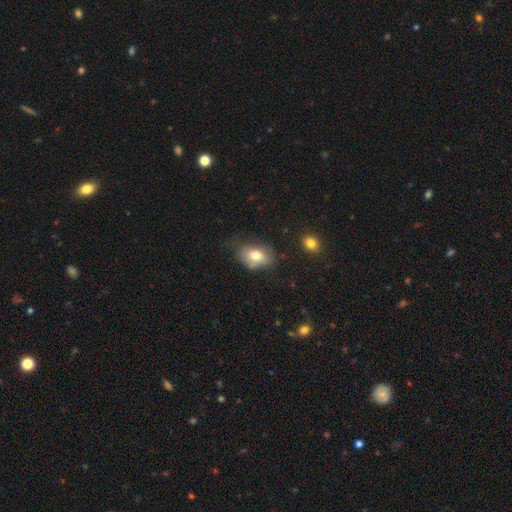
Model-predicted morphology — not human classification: smooth 77%, featured or disk 15%, star or artifact 8%. Down the decision tree: how rounded — in between (82%); merging — none (58%).